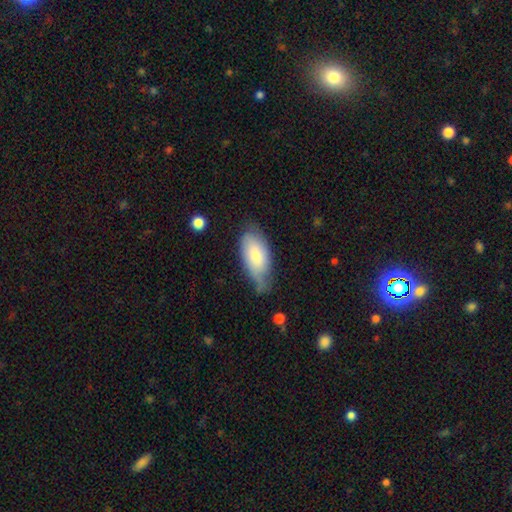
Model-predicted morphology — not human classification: Smooth or featured? Predicted: smooth (p=0.69). How rounded? Predicted: in between (p=0.90). Merging? Predicted: none (p=0.48).